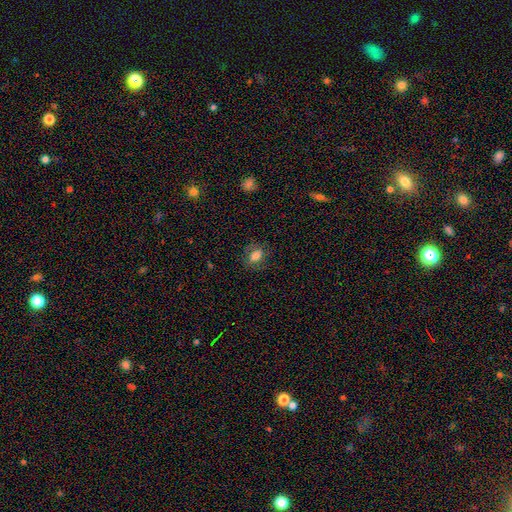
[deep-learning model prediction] smooth-or-featured: smooth: 73% | featured or disk: 17% | star or artifact: 10%
  how-rounded: in between: 72% | round: 26% | cigar-shaped: 2%
  merging: none: 77% | minor disturbance: 15% | major disturbance: 7% | merger: 1%